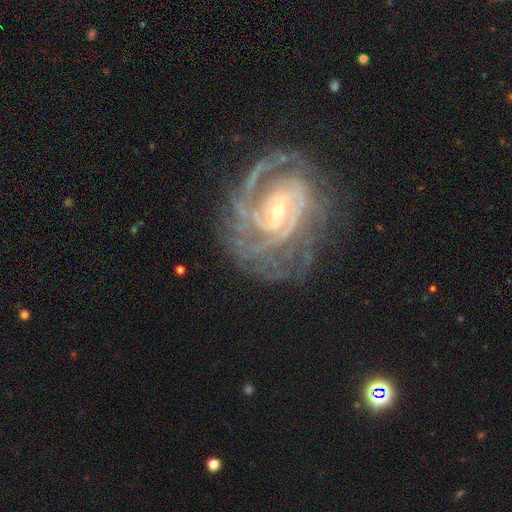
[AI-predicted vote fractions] Overall: featured or disk (90%). Edge-on disk: no (97%). Bar: no (48%; weak 36%). Spiral arms: yes (98%). Spiral arm count: 2 (24%; can't tell 22%). Spiral winding: tight (65%; medium 29%). Bulge size: small (62%; moderate 34%). Merging: none (65%).